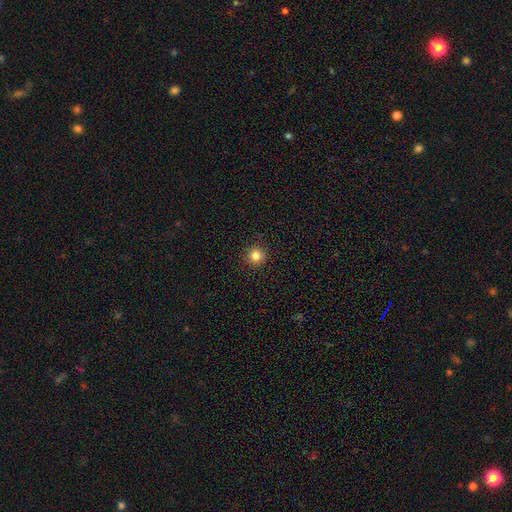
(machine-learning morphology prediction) Smooth or featured?
  - smooth: 84% *
  - star or artifact: 12%
  - featured or disk: 4%
How rounded?
  - round: 95% *
  - in between: 4%
  - cigar-shaped: 1%
Merging?
  - none: 92% *
  - minor disturbance: 5%
  - major disturbance: 2%
  - merger: 1%